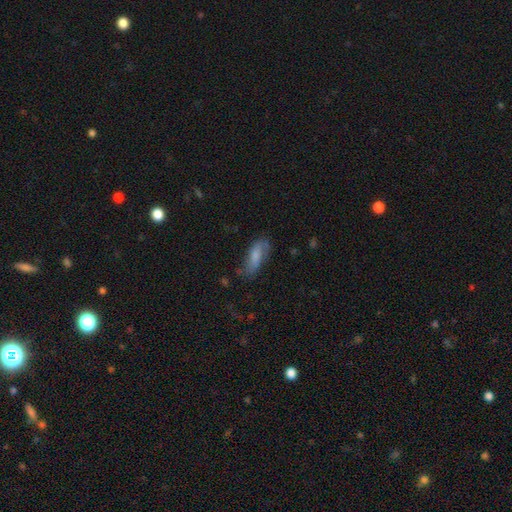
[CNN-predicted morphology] The model was most divided on "merging": none: 58%, minor disturbance: 27%, major disturbance: 11%, merger: 3%. More confident: how rounded — in between (70%); smooth or featured — smooth (63%).